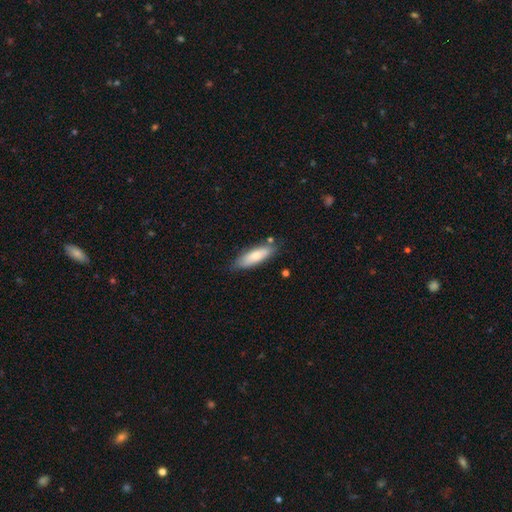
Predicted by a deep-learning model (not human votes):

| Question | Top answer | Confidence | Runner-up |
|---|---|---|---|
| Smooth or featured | smooth | 75% | featured or disk (19%) |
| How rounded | cigar-shaped | 50% | in between (48%) |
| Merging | none | 77% | minor disturbance (16%) |